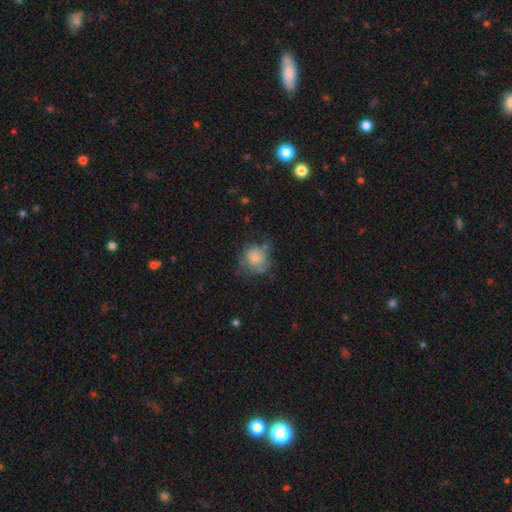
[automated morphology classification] Smooth or featured?
  - smooth: 70% *
  - featured or disk: 19%
  - star or artifact: 11%
How rounded?
  - round: 79% *
  - in between: 20%
  - cigar-shaped: 1%
Merging?
  - none: 51% *
  - minor disturbance: 29%
  - major disturbance: 17%
  - merger: 3%